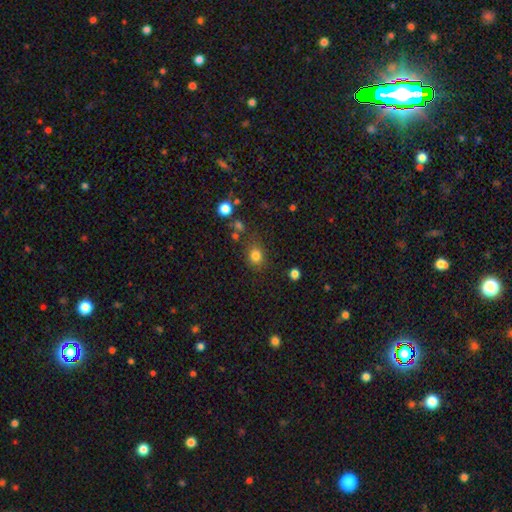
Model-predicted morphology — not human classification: A smooth galaxy with no disk features (81%) that is round (66%).

Vote fractions:
- Smooth or featured? smooth: 81% / star or artifact: 13% / featured or disk: 6%
- How rounded? round: 66% / in between: 33% / cigar-shaped: 1%
- Merging? none: 75% / minor disturbance: 14% / major disturbance: 5% / merger: 5%